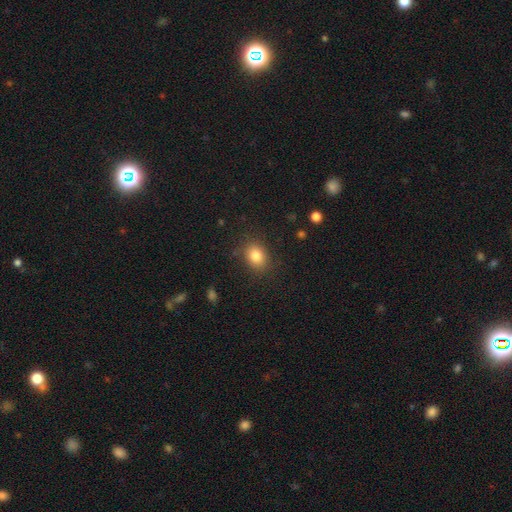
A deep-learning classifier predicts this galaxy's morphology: The model was most divided on "how rounded": in between: 53%, round: 46%, cigar-shaped: 1%. More confident: merging — none (84%); smooth or featured — smooth (83%).